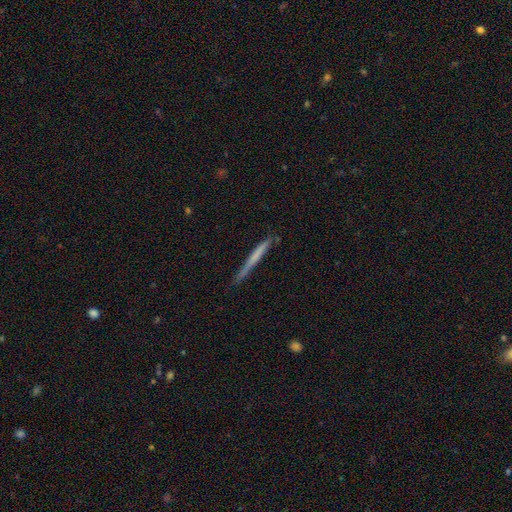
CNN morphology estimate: Overall: smooth (56%; featured or disk 38%). How rounded: cigar-shaped (97%). Merging: none (81%).